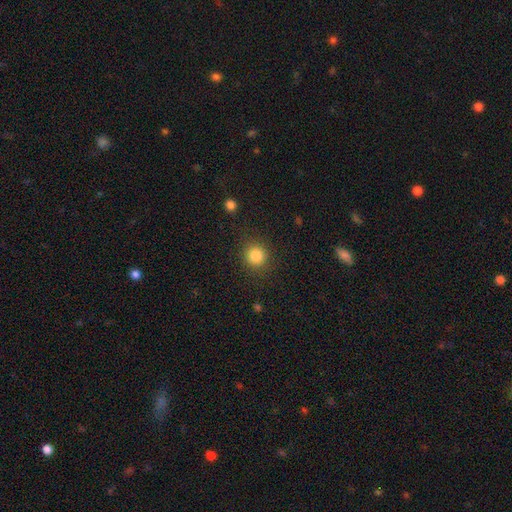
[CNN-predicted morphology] Q: Smooth or featured?
A: smooth (84%); runner-up: star or artifact (11%)
Q: How rounded?
A: round (91%); runner-up: in between (8%)
Q: Merging?
A: none (88%); runner-up: minor disturbance (7%)